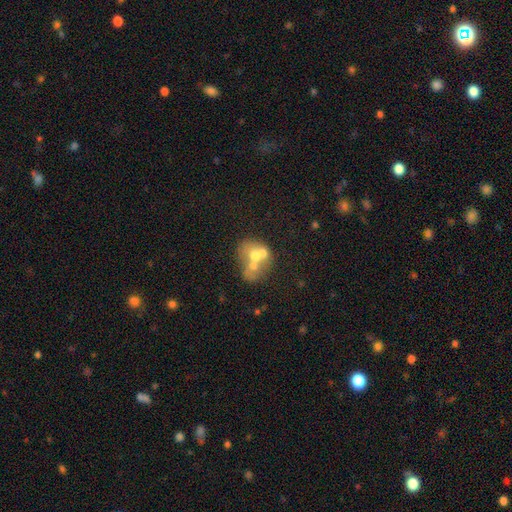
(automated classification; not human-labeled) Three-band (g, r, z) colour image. It shows a smooth galaxy with no disk features (48%). Merging: merger (67%).